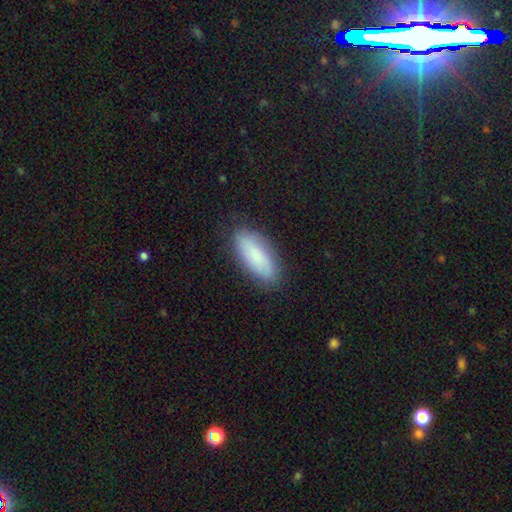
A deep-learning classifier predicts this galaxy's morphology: A smooth galaxy with no disk features (82%) that is in between round and cigar-shaped (80%). Merging: none (83%).